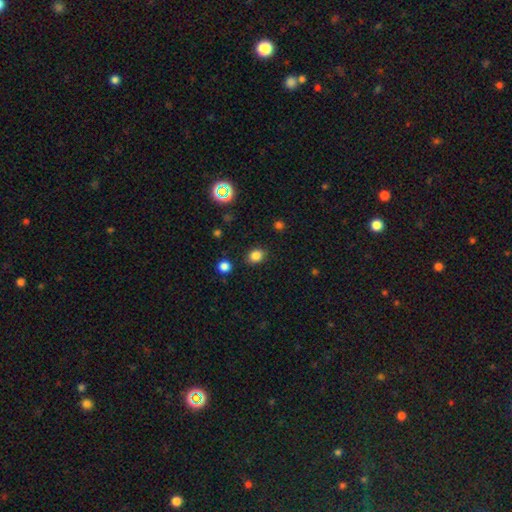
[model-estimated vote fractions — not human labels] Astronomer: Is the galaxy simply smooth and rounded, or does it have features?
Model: smooth — 82%.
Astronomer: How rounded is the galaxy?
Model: in between — 50% (runner-up: round, 49%).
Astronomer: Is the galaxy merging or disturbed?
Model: none — 86%.